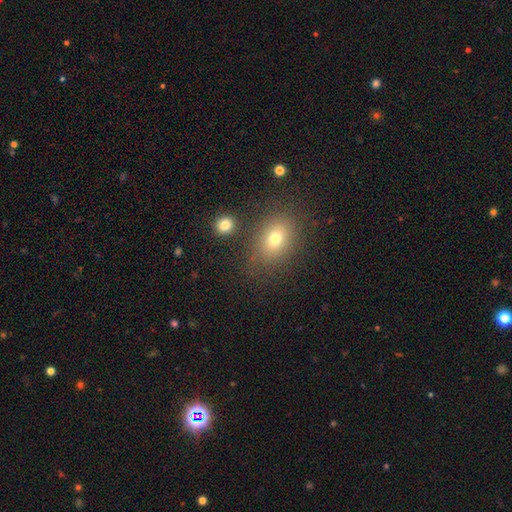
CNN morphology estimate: Overall: smooth (66%). How rounded: in between (60%; round 38%). Merging: none (84%).